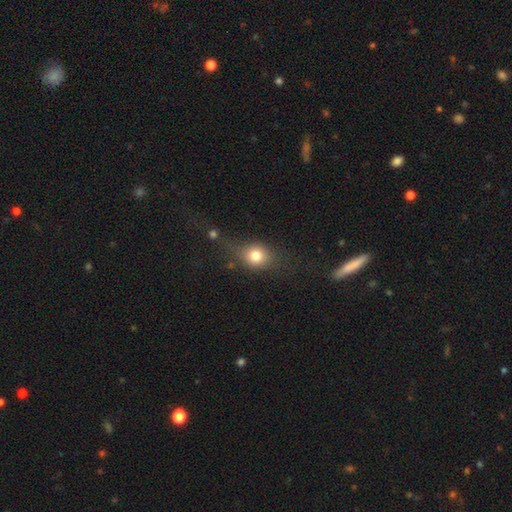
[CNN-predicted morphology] smooth 75%, featured or disk 13%, star or artifact 11%. Down the decision tree: how rounded — round (62%); merging — none (54%).